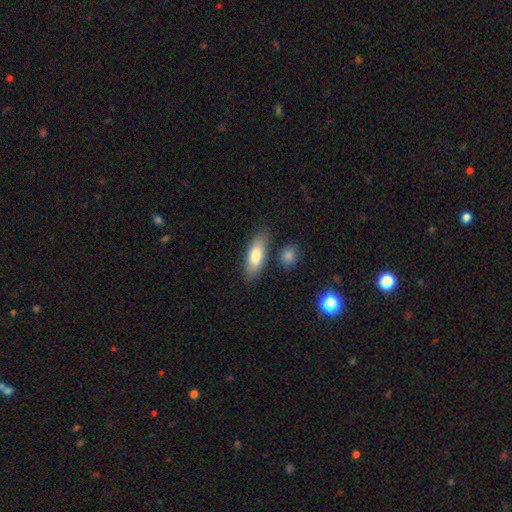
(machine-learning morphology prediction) Smooth or featured? smooth (78%)
How rounded? in between (71%)
Merging? none (78%)